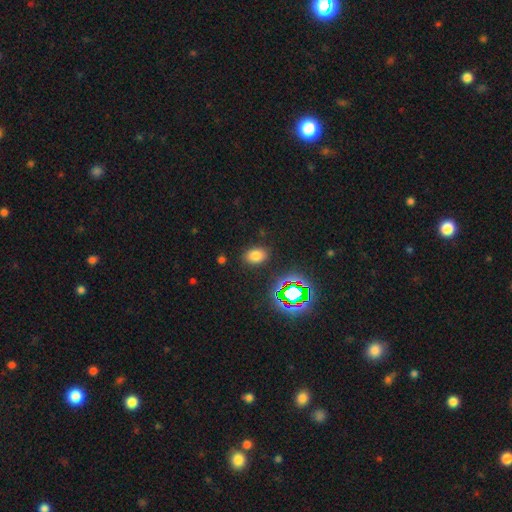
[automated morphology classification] smooth-or-featured: smooth: 72% | star or artifact: 21% | featured or disk: 7%
  how-rounded: in between: 79% | round: 20% | cigar-shaped: 1%
  merging: none: 86% | minor disturbance: 9% | major disturbance: 3% | merger: 2%